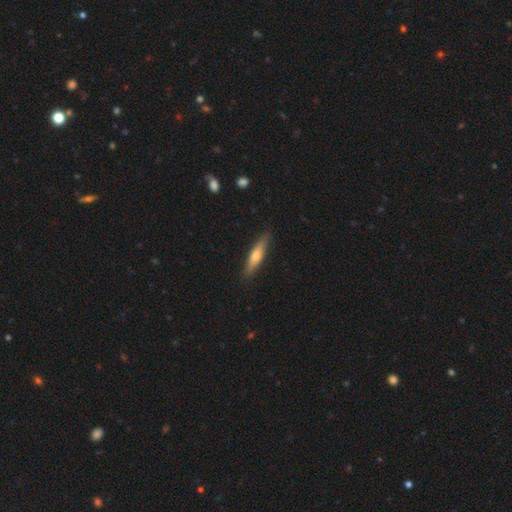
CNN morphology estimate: Smooth or featured? smooth (52%)
How rounded? cigar-shaped (84%)
Merging? none (87%)